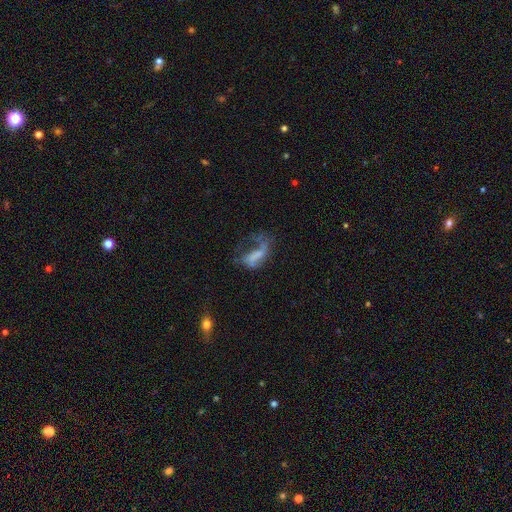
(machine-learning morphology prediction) The model was most divided on "smooth or featured": featured or disk: 44%, smooth: 42%, star or artifact: 13%. More confident: merging — major disturbance (51%).